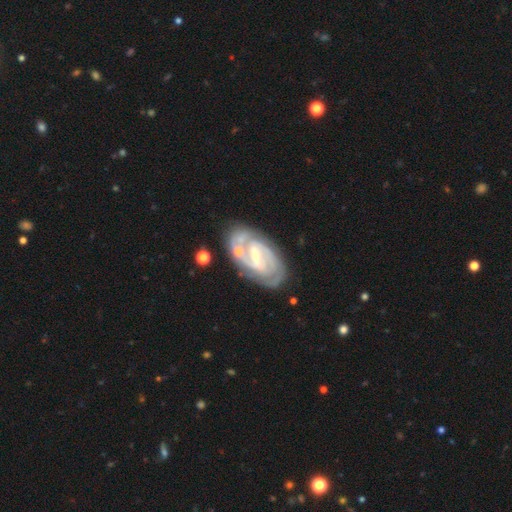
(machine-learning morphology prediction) A featured or disk galaxy (85%) with a strong bar (45%), 2 (64%) tight (53%) spiral arms (93%) and a small central bulge (66%).

Vote fractions:
- Smooth or featured? featured or disk: 85% / smooth: 10% / star or artifact: 6%
- Edge-on disk? no: 96% / yes: 4%
- Bar? strong: 45% / weak: 41% / no: 14%
- Spiral arms? yes: 93% / no: 7%
- Spiral winding? tight: 53% / medium: 37% / loose: 10%
- Spiral arm count? 2: 64% / can't tell: 18% / 3: 10% / 4: 3% / 1: 3% / more than 4: 2%
- Bulge size? small: 66% / moderate: 26% / none: 5% / large: 2% / dominant: 1%
- Merging? none: 69% / minor disturbance: 17% / merger: 8% / major disturbance: 6%